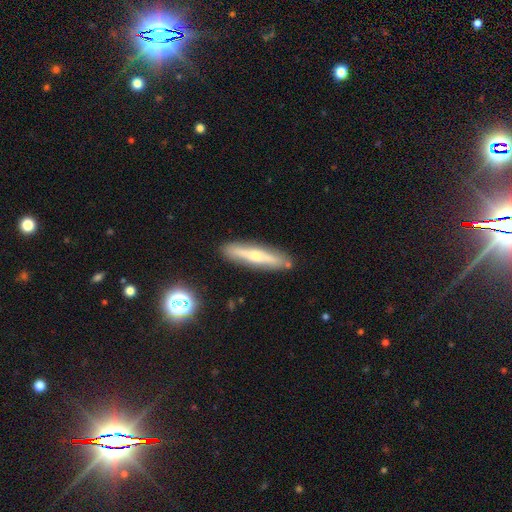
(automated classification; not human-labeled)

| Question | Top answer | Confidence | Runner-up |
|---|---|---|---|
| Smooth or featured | featured or disk | 55% | smooth (38%) |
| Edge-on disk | yes | 87% | no (13%) |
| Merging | none | 85% | minor disturbance (10%) |